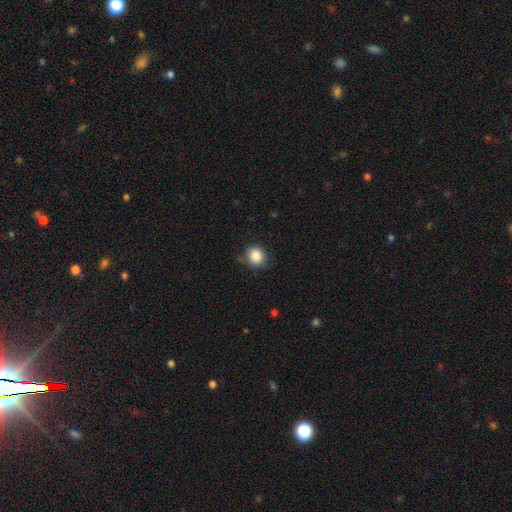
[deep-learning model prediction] smooth_or_featured: smooth (p=0.87) [alt: star or artifact p=0.09]
how_rounded: round (p=0.79) [alt: in between p=0.20]
merging: none (p=0.79) [alt: minor disturbance p=0.15]